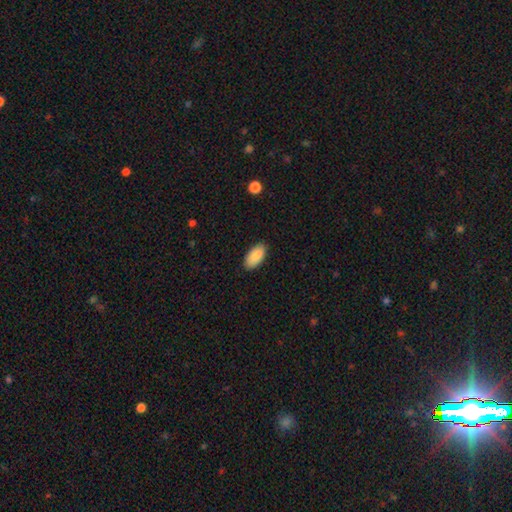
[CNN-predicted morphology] smooth_or_featured: smooth (p=0.89) [alt: star or artifact p=0.06]
how_rounded: in between (p=0.94) [alt: cigar-shaped p=0.04]
merging: none (p=0.88) [alt: minor disturbance p=0.09]